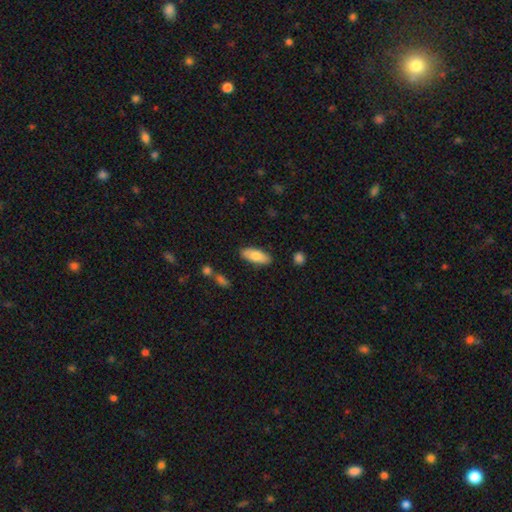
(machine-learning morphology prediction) This appears to be a smooth galaxy with no disk features (78%) that is in between round and cigar-shaped (78%). Merging: none (86%).